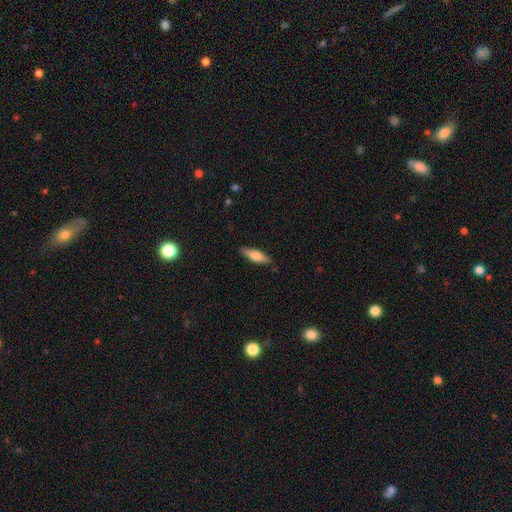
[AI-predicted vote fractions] Morphology: type=smooth (66%); roundness=cigar-shaped (57%); merging=none (85%).